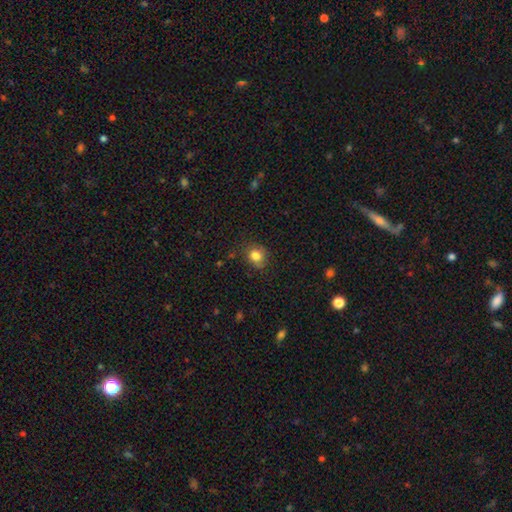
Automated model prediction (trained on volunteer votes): Smooth or featured: smooth — 82% (star or artifact — 11%)
How rounded: round — 73% (in between — 26%)
Merging: none — 77% (minor disturbance — 18%)